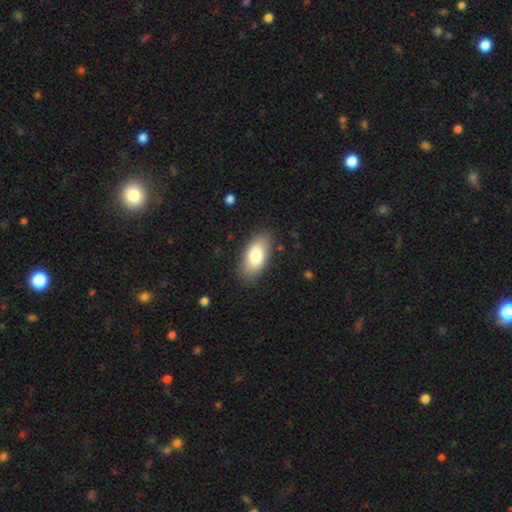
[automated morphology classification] smooth_or_featured: smooth (p=0.80) [alt: featured or disk p=0.14]
how_rounded: in between (p=0.92) [alt: cigar-shaped p=0.05]
merging: none (p=0.85) [alt: minor disturbance p=0.11]